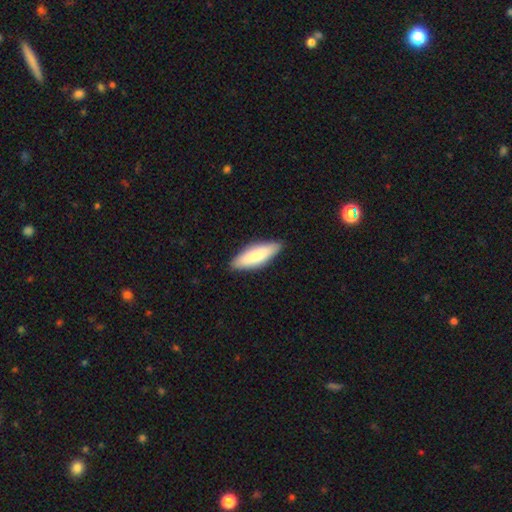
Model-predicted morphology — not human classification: Smooth or featured?
  - smooth: 82% *
  - featured or disk: 13%
  - star or artifact: 5%
How rounded?
  - in between: 59% *
  - cigar-shaped: 40%
  - round: 2%
Merging?
  - none: 85% *
  - minor disturbance: 12%
  - major disturbance: 2%
  - merger: 1%